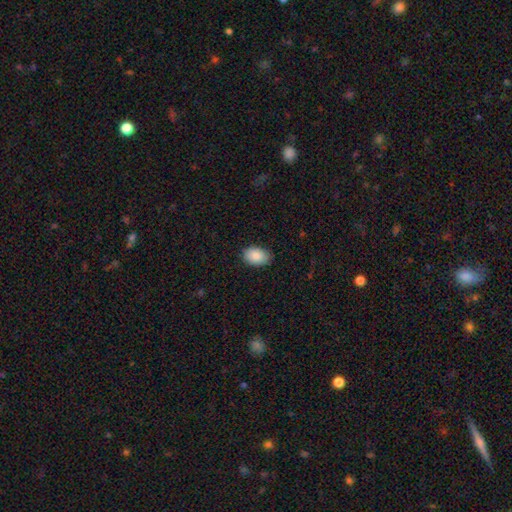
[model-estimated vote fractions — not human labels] This is clearly a smooth galaxy (88%). How rounded: clearly in between (87%). Merging: clearly none (86%).